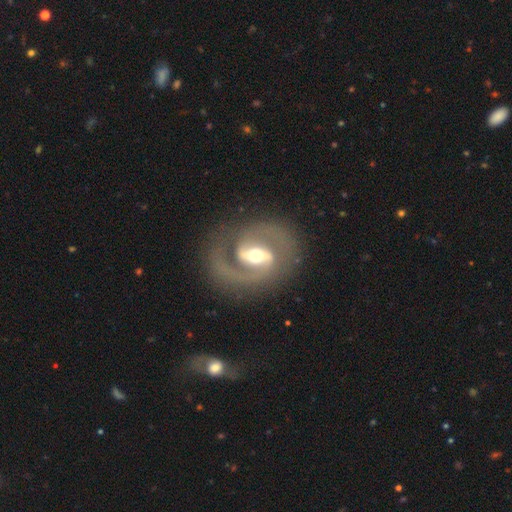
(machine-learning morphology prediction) Overall: featured or disk (90%). Edge-on disk: no (97%). Bar: strong (48%; weak 38%). Spiral arms: yes (96%). Spiral arm count: 2 (91%). Spiral winding: medium (59%; tight 26%). Bulge size: moderate (65%). Merging: none (80%).